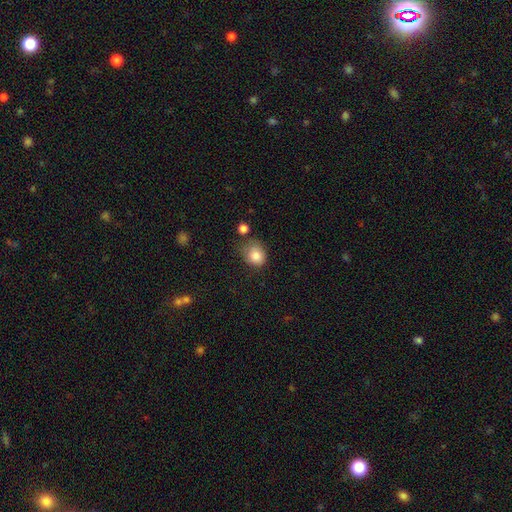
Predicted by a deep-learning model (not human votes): This is clearly a smooth galaxy (83%). How rounded: likely round (62%). Merging: possibly none (50%).